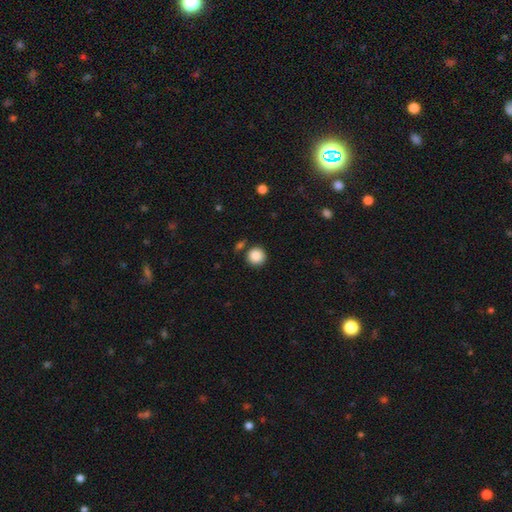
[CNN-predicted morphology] A smooth galaxy with no disk features (88%) that is round (94%).

Vote fractions:
- Smooth or featured? smooth: 88% / star or artifact: 9% / featured or disk: 3%
- How rounded? round: 94% / in between: 5% / cigar-shaped: 1%
- Merging? none: 83% / minor disturbance: 8% / merger: 6% / major disturbance: 3%